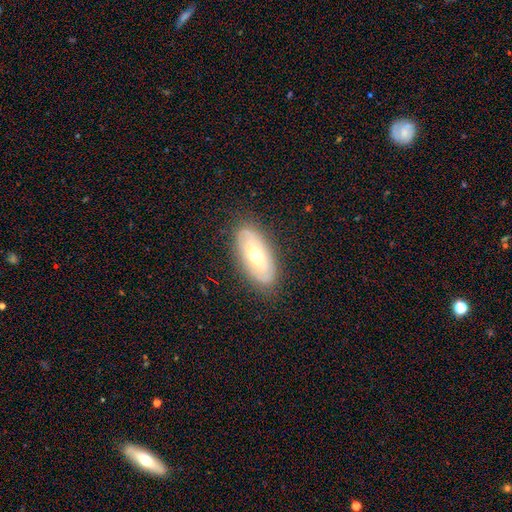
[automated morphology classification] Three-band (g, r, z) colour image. It shows a featured or disk galaxy (52%). Merging: none (83%).